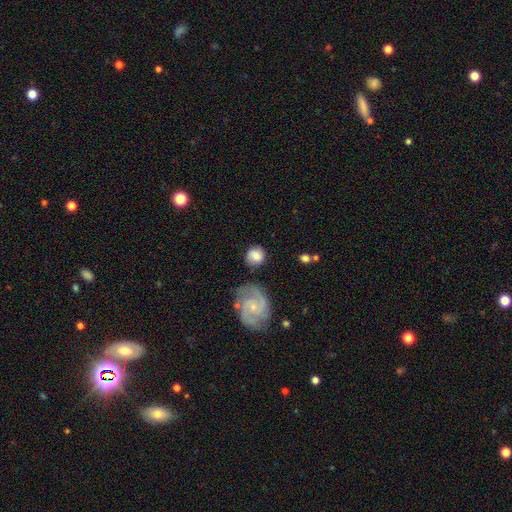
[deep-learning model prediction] Q: Smooth or featured?
A: smooth (63%); runner-up: featured or disk (29%)
Q: How rounded?
A: round (81%); runner-up: in between (18%)
Q: Merging?
A: none (71%); runner-up: minor disturbance (17%)